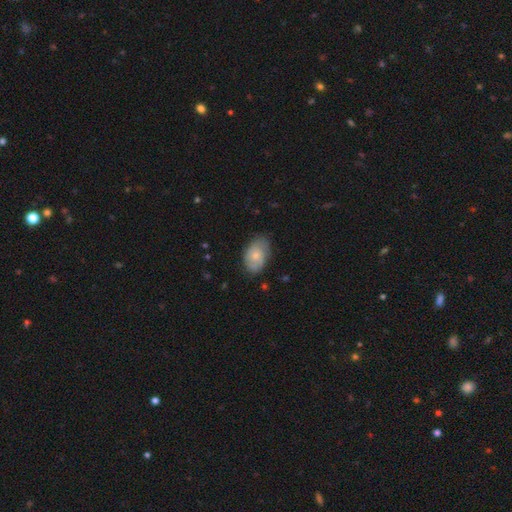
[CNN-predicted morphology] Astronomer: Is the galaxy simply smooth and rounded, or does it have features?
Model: smooth — 50% (runner-up: featured or disk, 44%).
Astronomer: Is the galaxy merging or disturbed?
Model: none — 67%.